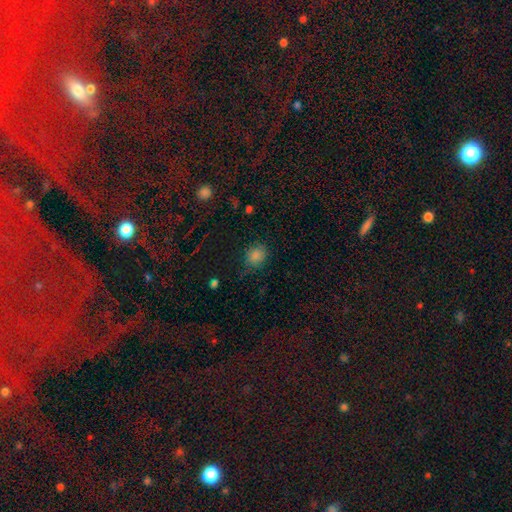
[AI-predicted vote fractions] A smooth galaxy with no disk features (84%) that is round (67%). Merging: none (77%).